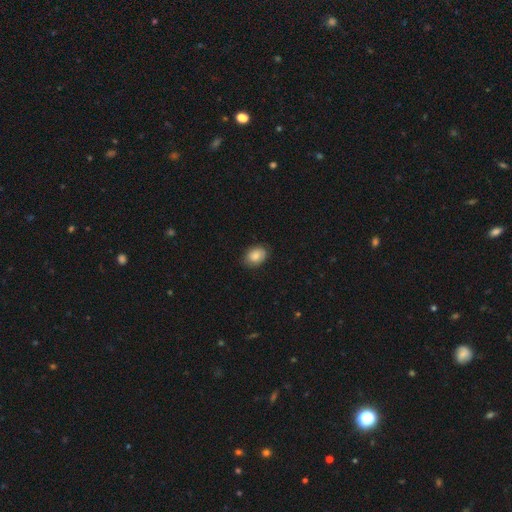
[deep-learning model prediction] Q: Smooth or featured?
A: smooth (84%); runner-up: featured or disk (9%)
Q: How rounded?
A: in between (74%); runner-up: round (25%)
Q: Merging?
A: none (84%); runner-up: minor disturbance (13%)